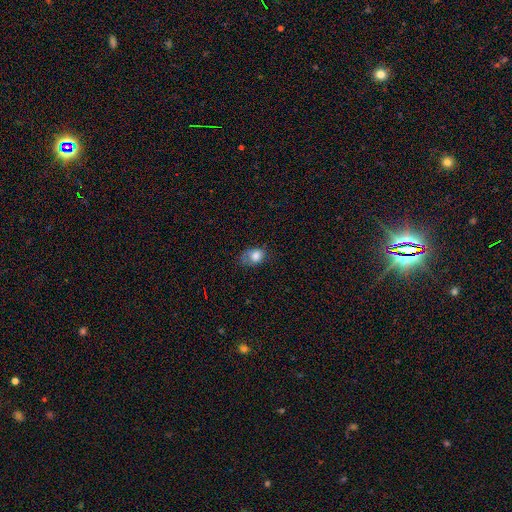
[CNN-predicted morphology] smooth 78%, featured or disk 13%, star or artifact 9%. Down the decision tree: how rounded — in between (69%); merging — none (41%).